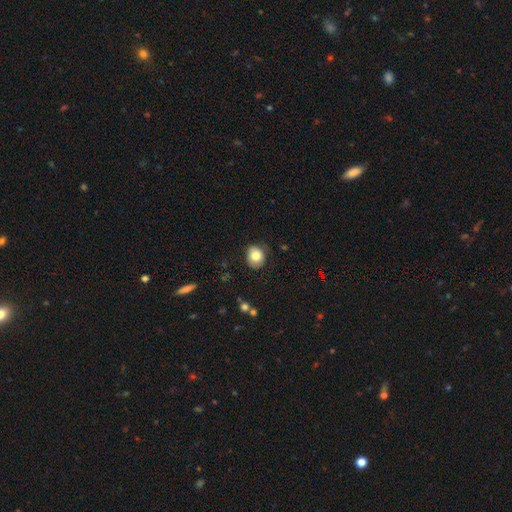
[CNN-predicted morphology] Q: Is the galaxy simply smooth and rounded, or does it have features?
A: smooth — 81%.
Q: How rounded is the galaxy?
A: round — 65%.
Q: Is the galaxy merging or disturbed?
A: none — 78%.